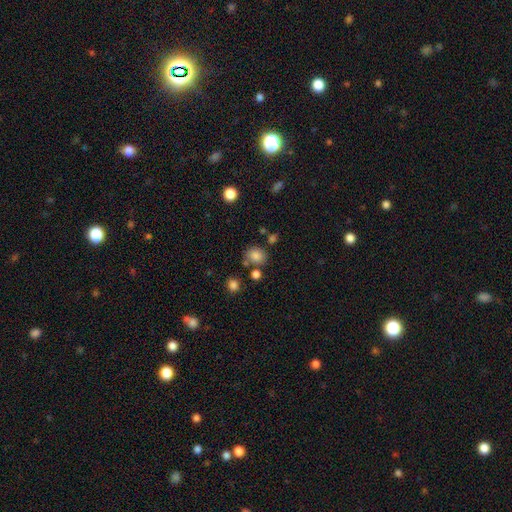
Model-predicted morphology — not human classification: type=smooth (82%); roundness=round (68%); merging=none (74%).